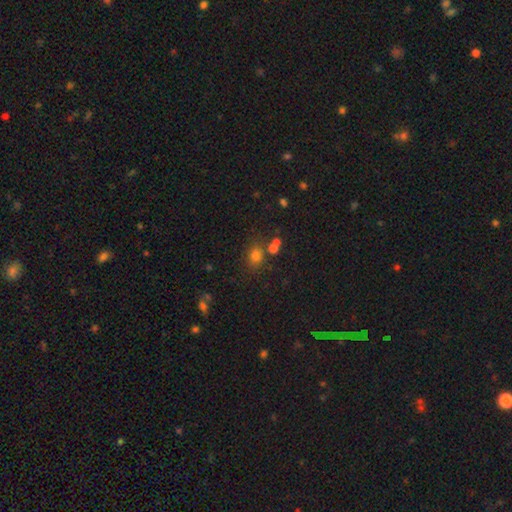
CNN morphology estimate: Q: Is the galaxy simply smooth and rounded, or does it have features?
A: smooth — 74%.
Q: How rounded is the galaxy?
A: round — 57%.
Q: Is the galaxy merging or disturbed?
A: none — 70%.